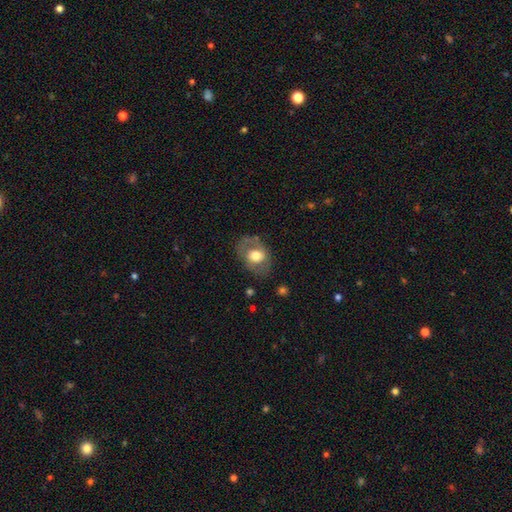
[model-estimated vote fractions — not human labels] Smooth or featured: smooth — 54% (featured or disk — 39%)
How rounded: in between — 68% (round — 31%)
Merging: none — 73% (minor disturbance — 17%)